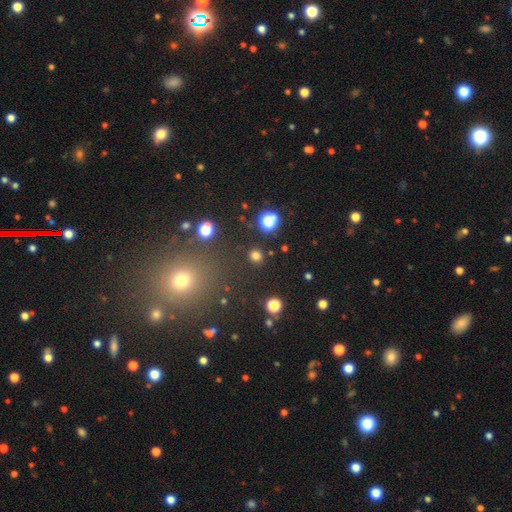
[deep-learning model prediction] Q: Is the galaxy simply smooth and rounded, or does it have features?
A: smooth — 76%.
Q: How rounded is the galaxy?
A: round — 87%.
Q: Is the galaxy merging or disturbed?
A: none — 89%.